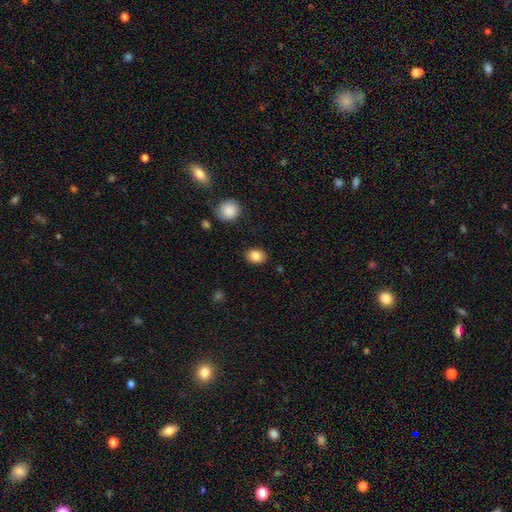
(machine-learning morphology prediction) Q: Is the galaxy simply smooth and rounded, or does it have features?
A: smooth — 85%.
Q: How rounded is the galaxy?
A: in between — 55%.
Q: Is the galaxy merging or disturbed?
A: none — 88%.